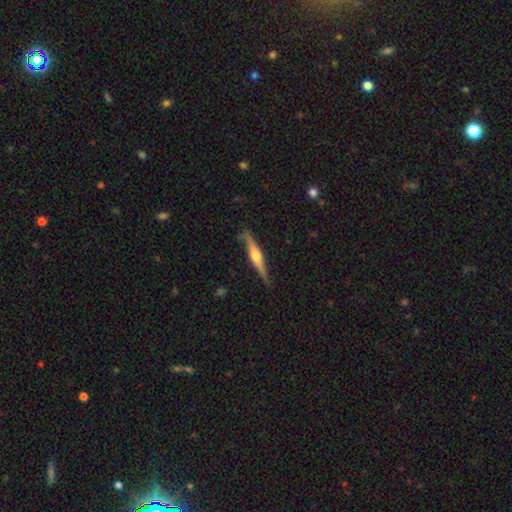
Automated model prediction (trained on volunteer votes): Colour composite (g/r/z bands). It shows a featured or disk galaxy (71%) viewed edge-on (96%) with a rounded central bulge (89%). Merging: none (81%).